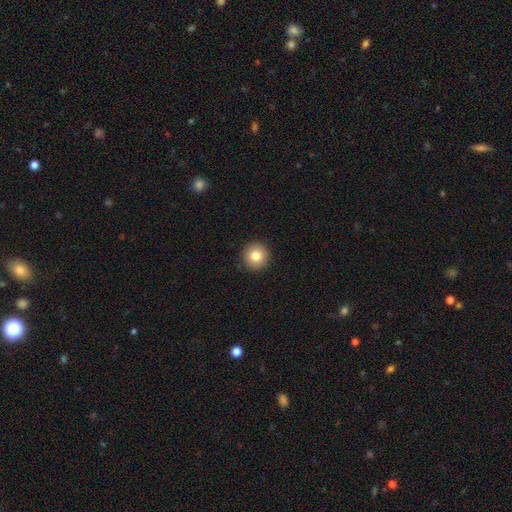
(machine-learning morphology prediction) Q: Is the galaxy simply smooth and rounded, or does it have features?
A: smooth — 80%.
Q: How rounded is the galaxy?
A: round — 95%.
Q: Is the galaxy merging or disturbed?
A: none — 93%.